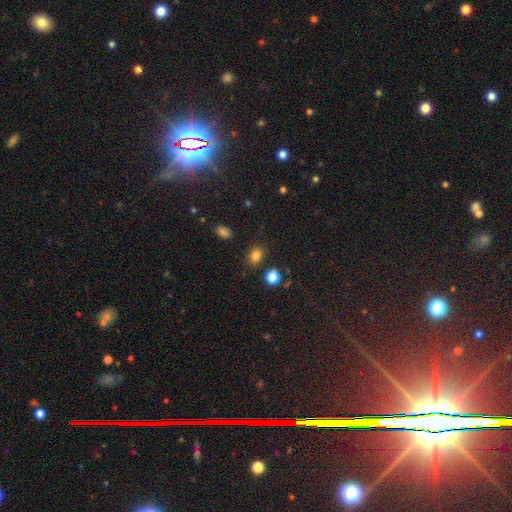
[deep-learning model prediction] This is clearly a smooth galaxy (82%). How rounded: possibly in between (57%). Merging: clearly none (83%).